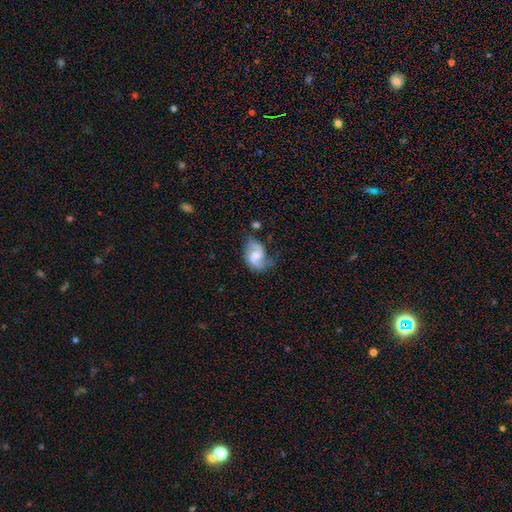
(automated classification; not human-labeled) Q: Smooth or featured?
A: featured or disk (77%); runner-up: smooth (16%)
Q: Edge-on disk?
A: no (98%); runner-up: yes (2%)
Q: Bar?
A: weak (46%); runner-up: no (44%)
Q: Spiral arms?
A: yes (94%); runner-up: no (6%)
Q: Spiral winding?
A: medium (47%); runner-up: loose (37%)
Q: Spiral arm count?
A: 2 (84%); runner-up: 1 (7%)
Q: Bulge size?
A: moderate (43%); runner-up: small (35%)
Q: Merging?
A: none (54%); runner-up: minor disturbance (27%)